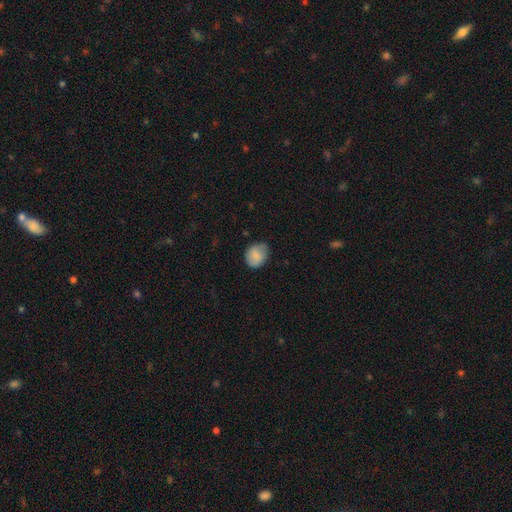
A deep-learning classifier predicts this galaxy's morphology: The model was most divided on "how rounded": round: 57%, in between: 42%, cigar-shaped: 1%. More confident: smooth or featured — smooth (79%); merging — none (73%).